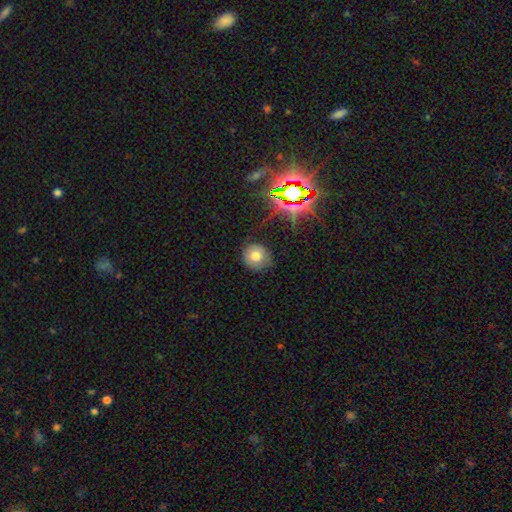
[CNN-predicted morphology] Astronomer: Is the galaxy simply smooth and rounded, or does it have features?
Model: smooth — 71%.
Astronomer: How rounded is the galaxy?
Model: round — 88%.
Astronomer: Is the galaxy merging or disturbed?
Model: none — 81%.